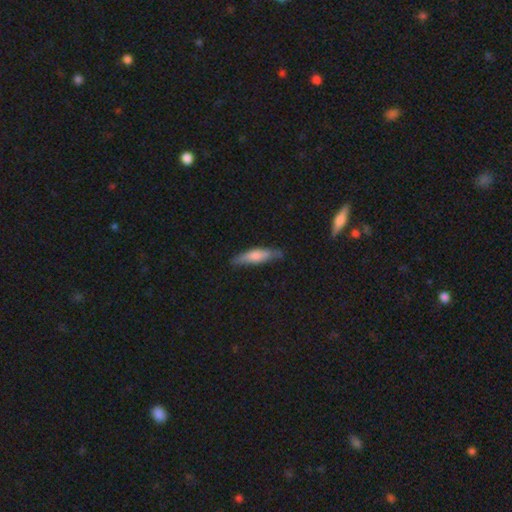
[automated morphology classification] Overall: smooth (57%; featured or disk 36%). How rounded: cigar-shaped (77%). Merging: none (77%).